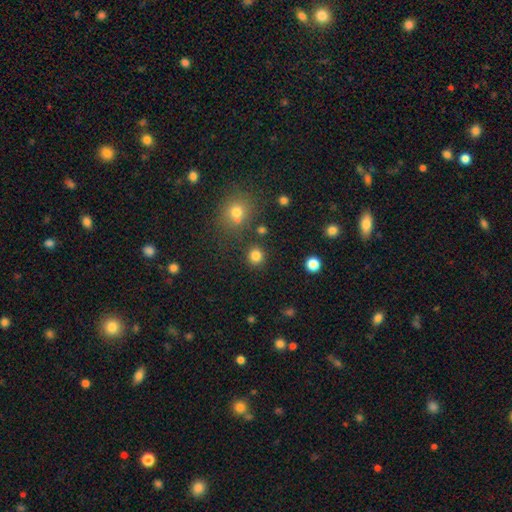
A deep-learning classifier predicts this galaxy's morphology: This is clearly a smooth galaxy (83%). How rounded: clearly round (91%). Merging: clearly none (87%).